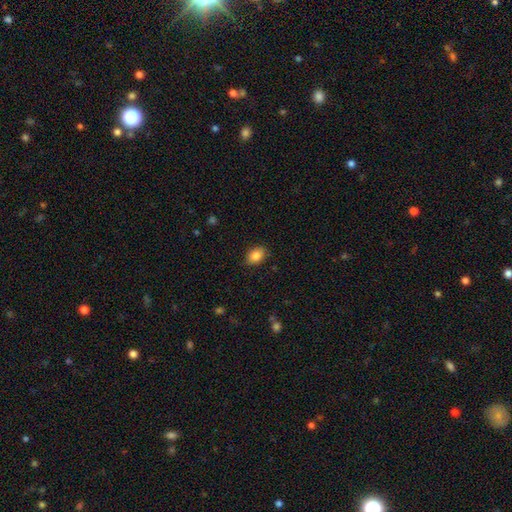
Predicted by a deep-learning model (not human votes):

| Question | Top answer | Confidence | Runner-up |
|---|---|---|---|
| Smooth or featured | smooth | 85% | star or artifact (8%) |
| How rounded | in between | 75% | round (24%) |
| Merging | none | 86% | minor disturbance (10%) |